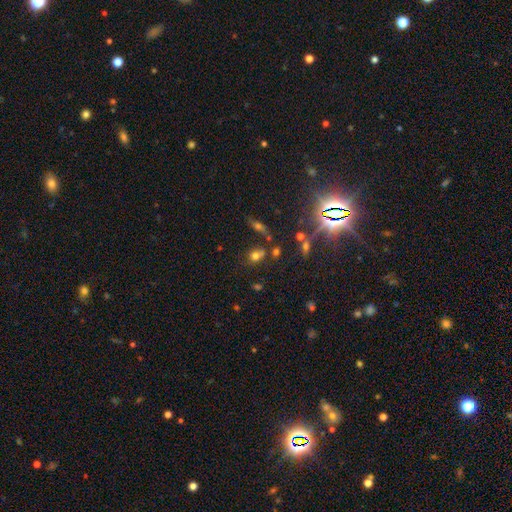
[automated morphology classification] smooth 64%, star or artifact 24%, featured or disk 12%. Down the decision tree: how rounded — round (52%); merging — none (57%).